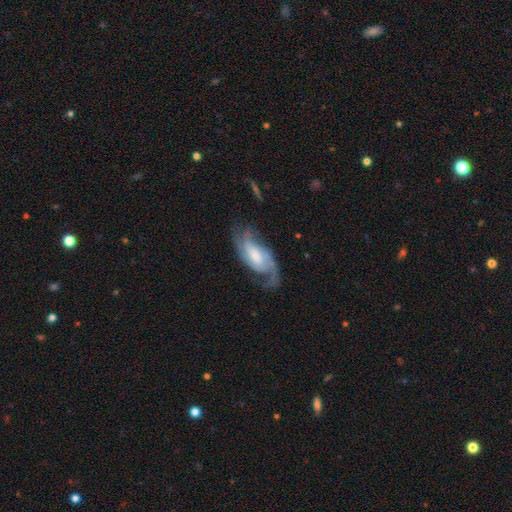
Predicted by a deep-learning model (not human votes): Smooth or featured: featured or disk — 84% (smooth — 11%)
Edge-on disk: no — 95% (yes — 5%)
Bar: no — 45% (weak — 43%)
Spiral arms: yes — 96% (no — 4%)
Spiral winding: medium — 47% (tight — 28%)
Spiral arm count: 2 — 64% (can't tell — 12%)
Bulge size: moderate — 42% (small — 26%)
Merging: none — 62% (minor disturbance — 20%)